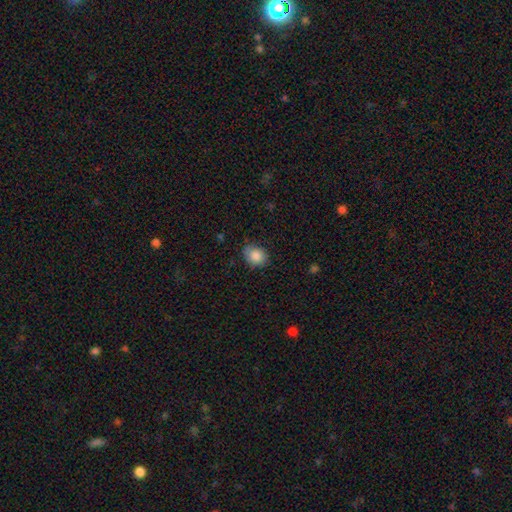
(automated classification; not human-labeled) Morphology: type=smooth (85%); roundness=round (51%); merging=none (78%).